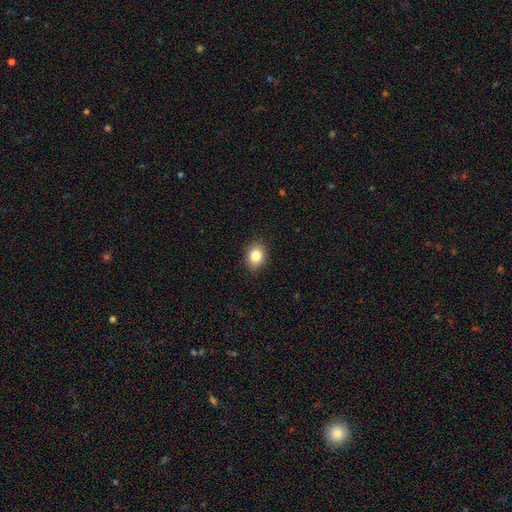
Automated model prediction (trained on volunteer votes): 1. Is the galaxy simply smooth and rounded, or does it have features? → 83% smooth, 9% star or artifact, 7% featured or disk.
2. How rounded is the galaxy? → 55% in between, 44% round, 1% cigar-shaped.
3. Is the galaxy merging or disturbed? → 88% none, 9% minor disturbance, 2% major disturbance, 1% merger.